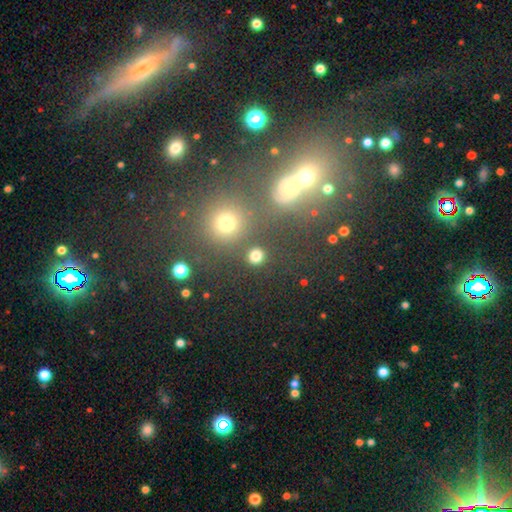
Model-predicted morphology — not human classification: Overall: smooth (79%). How rounded: round (88%). Merging: none (84%).